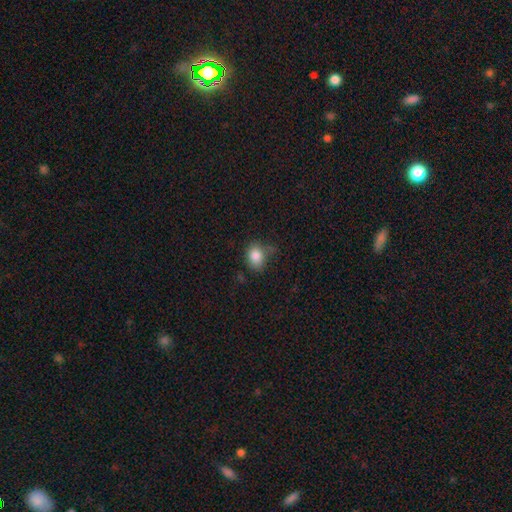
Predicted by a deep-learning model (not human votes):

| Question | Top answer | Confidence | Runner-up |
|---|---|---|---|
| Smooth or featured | smooth | 83% | star or artifact (10%) |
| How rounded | in between | 58% | round (41%) |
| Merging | none | 58% | minor disturbance (29%) |